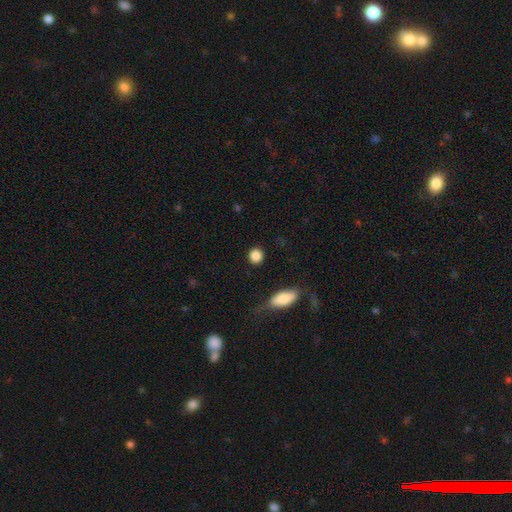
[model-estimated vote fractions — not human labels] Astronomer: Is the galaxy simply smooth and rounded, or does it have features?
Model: smooth — 87%.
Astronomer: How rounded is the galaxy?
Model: round — 81%.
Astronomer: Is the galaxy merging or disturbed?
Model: none — 88%.